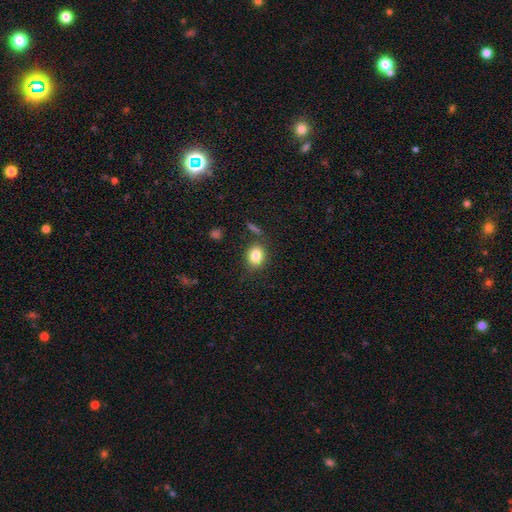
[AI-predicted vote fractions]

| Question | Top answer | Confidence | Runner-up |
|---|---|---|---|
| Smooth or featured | smooth | 83% | star or artifact (9%) |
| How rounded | in between | 50% | round (49%) |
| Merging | none | 81% | minor disturbance (11%) |